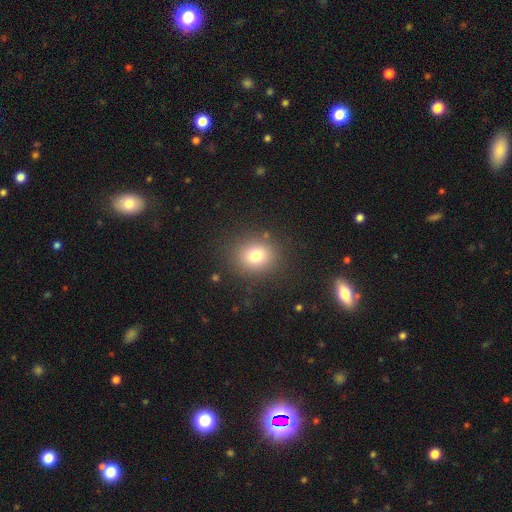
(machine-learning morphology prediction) This appears to be a smooth galaxy with no disk features (77%) that is round (73%). Merging: none (85%).